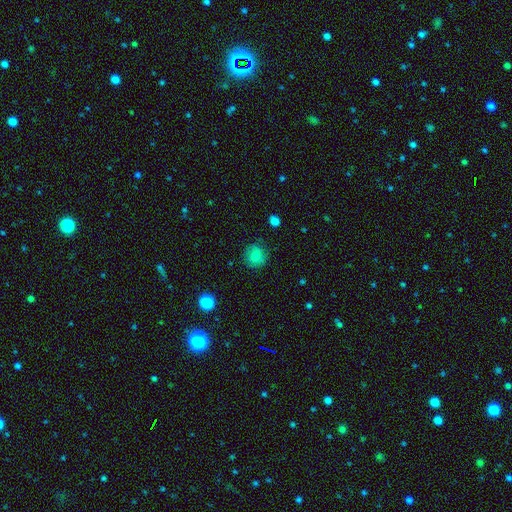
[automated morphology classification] This appears to be a smooth galaxy with no disk features (75%) that is round (88%). Merging: none (82%).